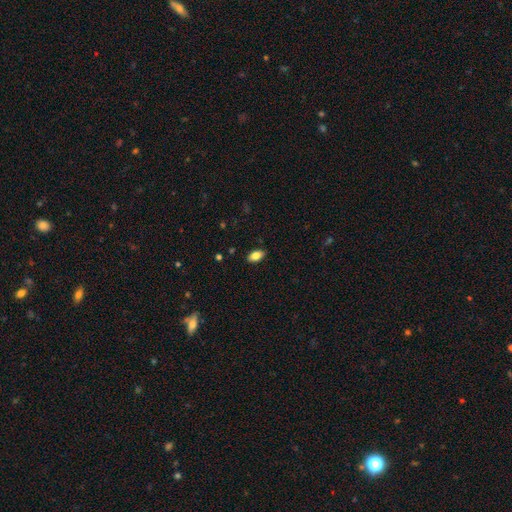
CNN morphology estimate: Smooth or featured?
  - smooth: 81% *
  - featured or disk: 11%
  - star or artifact: 8%
How rounded?
  - in between: 91% *
  - round: 4%
  - cigar-shaped: 4%
Merging?
  - none: 87% *
  - minor disturbance: 10%
  - major disturbance: 2%
  - merger: 1%